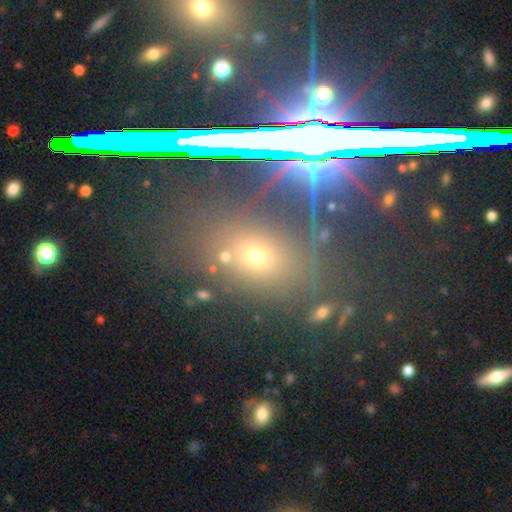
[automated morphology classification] Smooth or featured?
  - smooth: 50% *
  - star or artifact: 37%
  - featured or disk: 13%
How rounded?
  - in between: 62% *
  - round: 35%
  - cigar-shaped: 3%
Merging?
  - none: 77% *
  - minor disturbance: 11%
  - merger: 6%
  - major disturbance: 6%